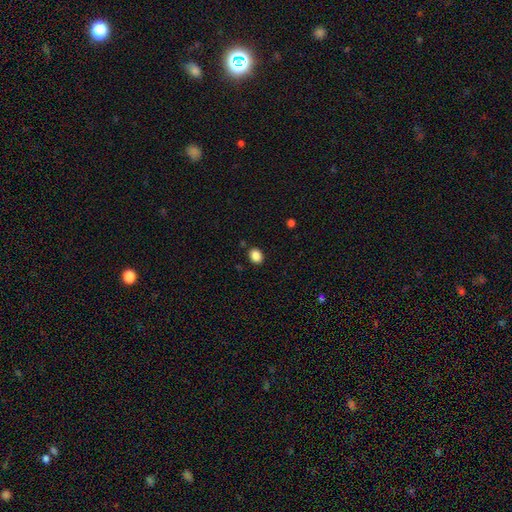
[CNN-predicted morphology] Overall: smooth (87%). How rounded: in between (51%; round 48%). Merging: none (87%).